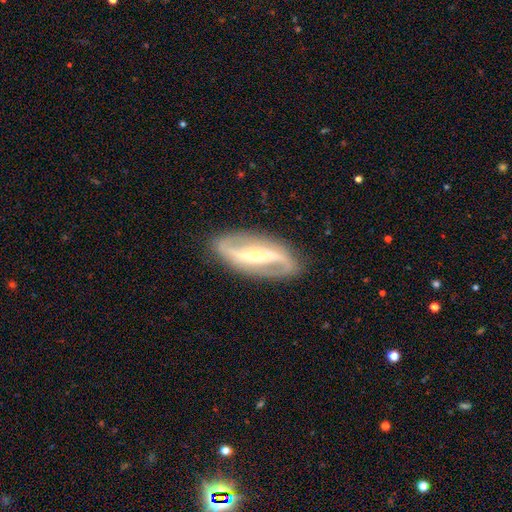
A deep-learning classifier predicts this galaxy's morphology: This is clearly a featured or disk galaxy (88%). It is clearly not viewed edge-on (91%). Bar: likely strong (68%). Spiral arm pattern: clearly yes (92%). Spiral arm count: clearly 2 (92%). Spiral winding: marginally loose (44%). Central bulge: possibly small (49%). Merging: clearly none (85%).